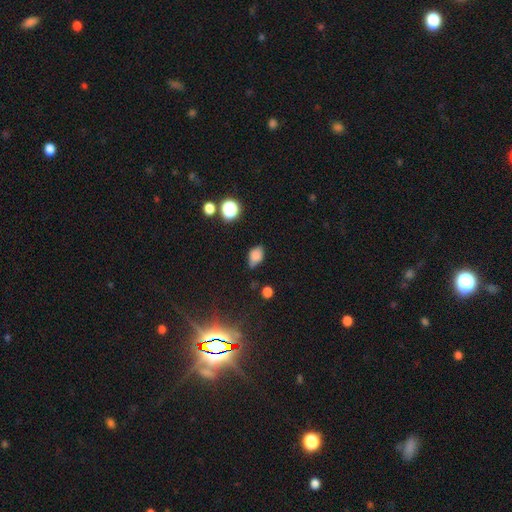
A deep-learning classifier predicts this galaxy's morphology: A smooth galaxy with no disk features (78%) that is in between round and cigar-shaped (82%).

Vote fractions:
- Smooth or featured? smooth: 78% / star or artifact: 12% / featured or disk: 10%
- How rounded? in between: 82% / round: 15% / cigar-shaped: 3%
- Merging? none: 57% / minor disturbance: 34% / major disturbance: 7% / merger: 3%